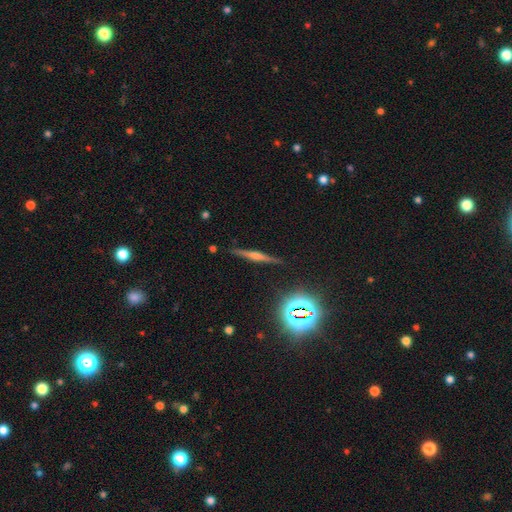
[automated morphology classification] This is likely a featured or disk galaxy (64%). It is clearly viewed edge-on (97%). Edge-on bulge: likely rounded (73%). Merging: clearly none (90%).